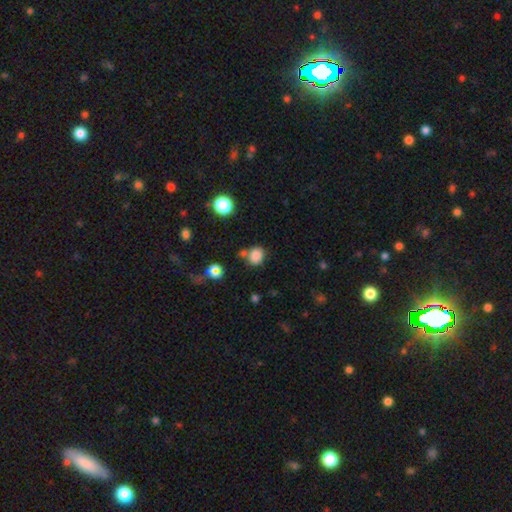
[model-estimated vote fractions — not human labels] Smooth or featured? smooth (83%)
How rounded? round (62%)
Merging? none (65%)